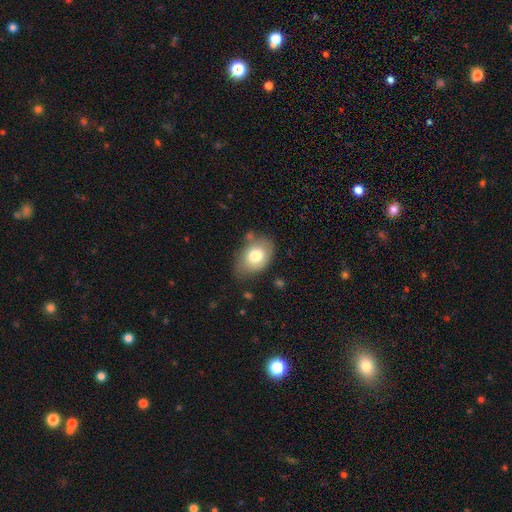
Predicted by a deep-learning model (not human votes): Smooth or featured?
  - smooth: 75% *
  - featured or disk: 18%
  - star or artifact: 7%
How rounded?
  - in between: 80% *
  - round: 18%
  - cigar-shaped: 1%
Merging?
  - none: 61% *
  - minor disturbance: 27%
  - major disturbance: 7%
  - merger: 5%